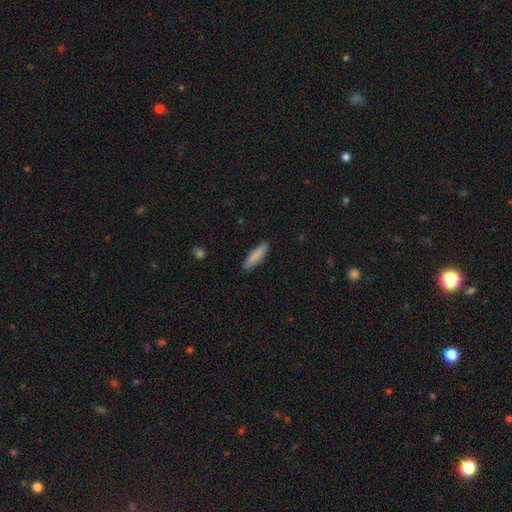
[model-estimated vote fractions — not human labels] This appears to be a smooth galaxy with no disk features (85%) that is cigar-shaped (76%). Merging: none (88%).